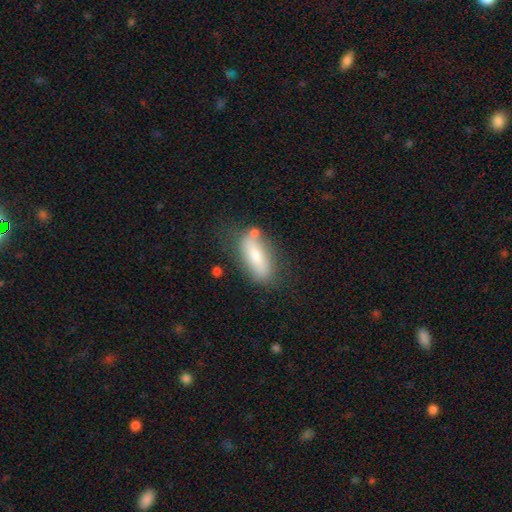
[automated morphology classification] Smooth or featured: smooth — 67% (featured or disk — 26%)
How rounded: in between — 68% (cigar-shaped — 29%)
Merging: none — 69% (minor disturbance — 18%)